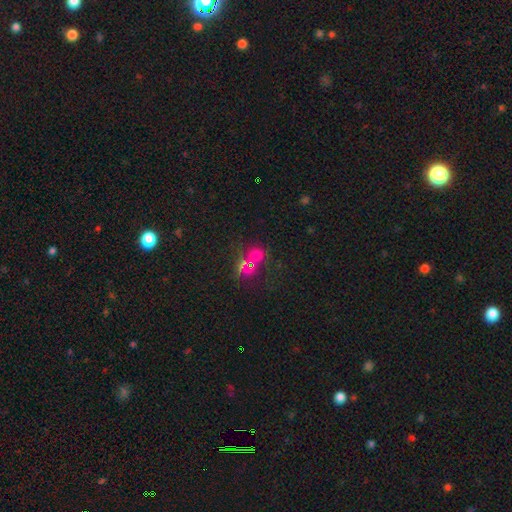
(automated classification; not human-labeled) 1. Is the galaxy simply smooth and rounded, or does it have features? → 57% smooth, 33% star or artifact, 10% featured or disk.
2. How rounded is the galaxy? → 83% round, 16% in between, 1% cigar-shaped.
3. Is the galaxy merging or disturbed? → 62% none, 23% merger, 10% minor disturbance, 6% major disturbance.